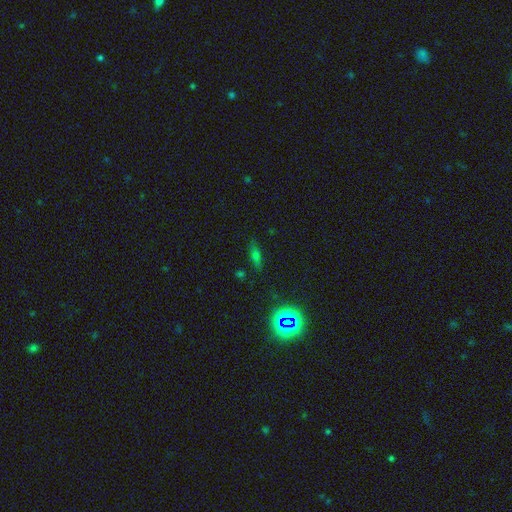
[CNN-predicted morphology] Smooth or featured: smooth — 52% (star or artifact — 26%)
How rounded: in between — 49% (cigar-shaped — 44%)
Merging: none — 81% (minor disturbance — 13%)